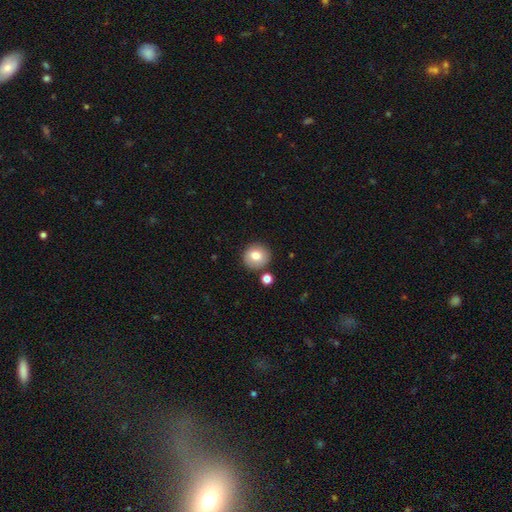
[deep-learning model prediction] Smooth or featured? smooth (80%)
How rounded? round (91%)
Merging? none (83%)